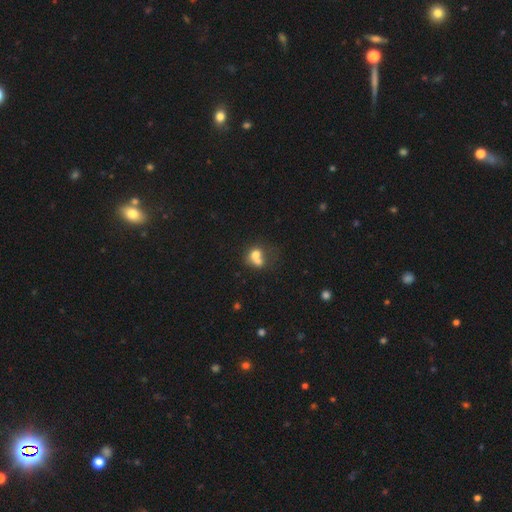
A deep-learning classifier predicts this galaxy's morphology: Smooth or featured?
  - smooth: 66% *
  - featured or disk: 23%
  - star or artifact: 12%
How rounded?
  - round: 60% *
  - in between: 39%
  - cigar-shaped: 1%
Merging?
  - merger: 64% *
  - none: 21%
  - minor disturbance: 8%
  - major disturbance: 7%